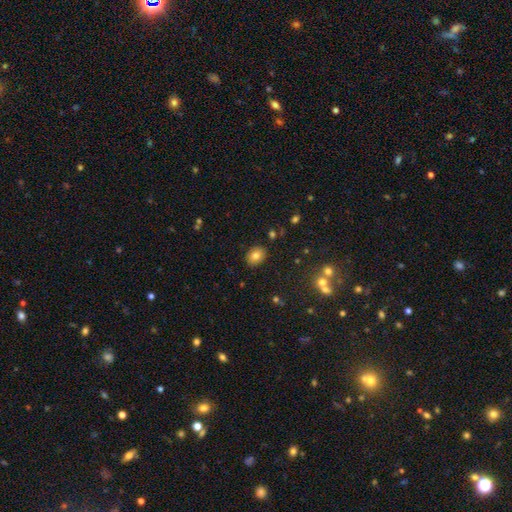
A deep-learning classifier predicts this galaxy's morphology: This is likely a smooth galaxy (79%). How rounded: likely in between (63%). Merging: clearly none (87%).